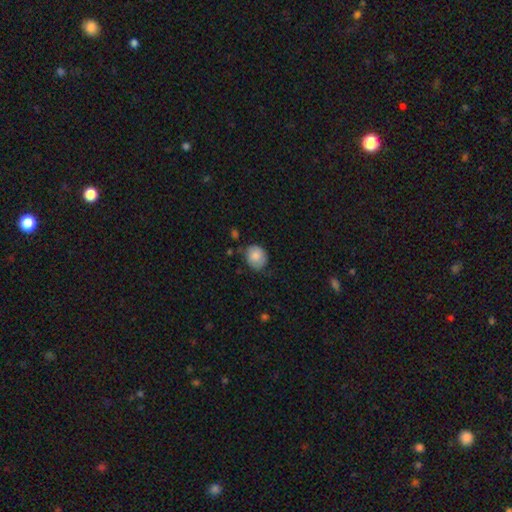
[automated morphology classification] The model was most divided on "merging": none: 64%, minor disturbance: 28%, major disturbance: 6%, merger: 3%. More confident: smooth or featured — smooth (82%); how rounded — round (68%).